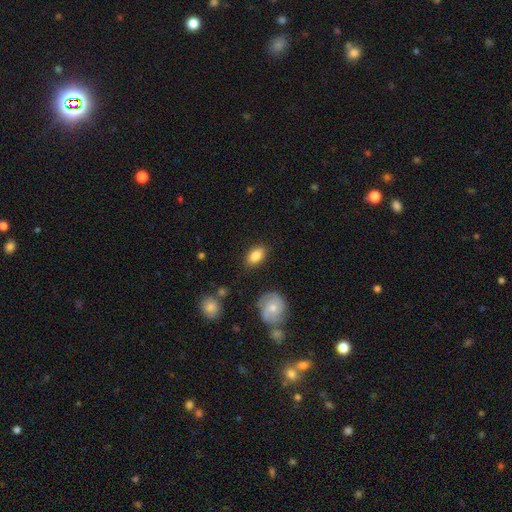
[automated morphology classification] Q: Smooth or featured?
A: smooth (86%); runner-up: featured or disk (7%)
Q: How rounded?
A: in between (90%); runner-up: round (7%)
Q: Merging?
A: none (85%); runner-up: minor disturbance (11%)